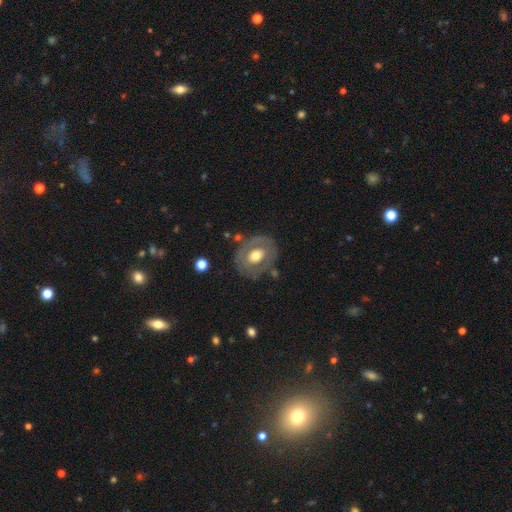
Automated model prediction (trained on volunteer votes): A featured or disk galaxy (50%). Merging: none (71%).